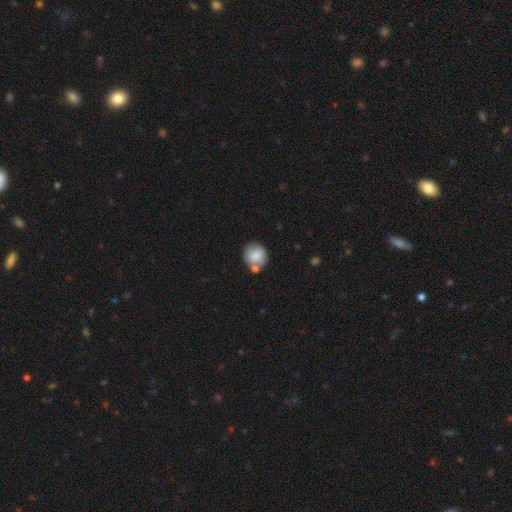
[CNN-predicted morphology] Smooth or featured? smooth (79%)
How rounded? round (88%)
Merging? none (62%)